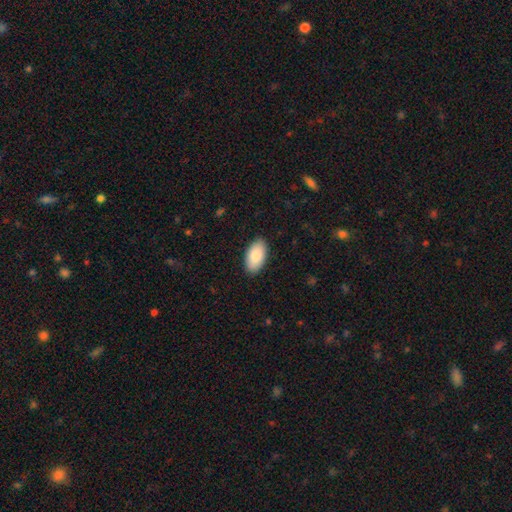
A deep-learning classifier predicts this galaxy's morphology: Q: Smooth or featured?
A: smooth (88%); runner-up: featured or disk (7%)
Q: How rounded?
A: in between (96%); runner-up: round (2%)
Q: Merging?
A: none (89%); runner-up: minor disturbance (9%)